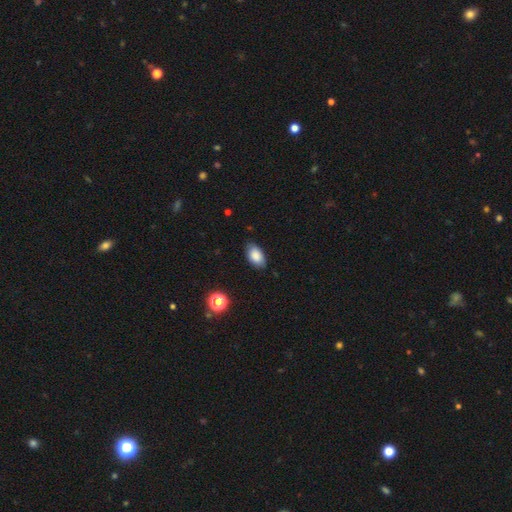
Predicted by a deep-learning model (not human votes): smooth 86%, star or artifact 8%, featured or disk 7%. Down the decision tree: how rounded — in between (93%); merging — none (82%).